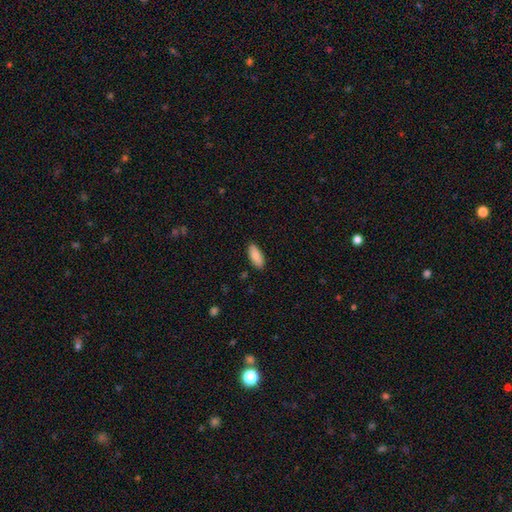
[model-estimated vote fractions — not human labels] A smooth galaxy with no disk features (88%) that is in between round and cigar-shaped (82%). Merging: none (88%).